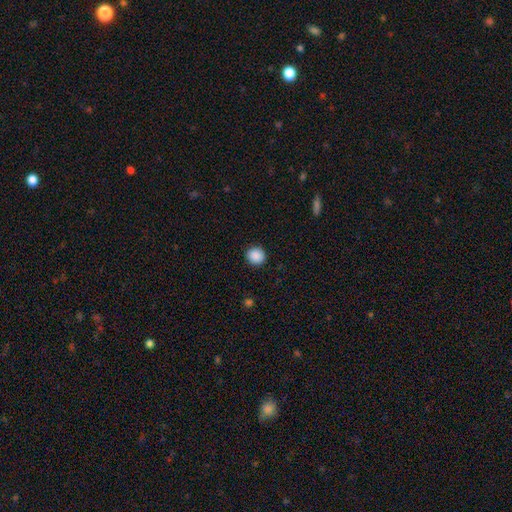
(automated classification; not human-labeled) Morphology: type=smooth (89%); roundness=round (91%); merging=none (91%).